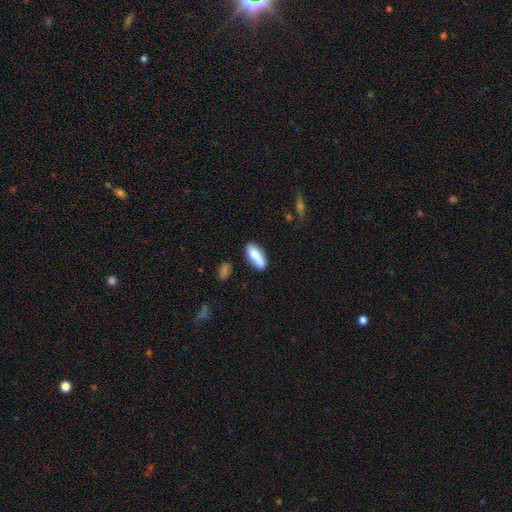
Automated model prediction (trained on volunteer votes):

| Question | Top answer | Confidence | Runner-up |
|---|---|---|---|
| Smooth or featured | smooth | 80% | featured or disk (13%) |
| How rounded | in between | 68% | cigar-shaped (29%) |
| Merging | none | 69% | minor disturbance (20%) |